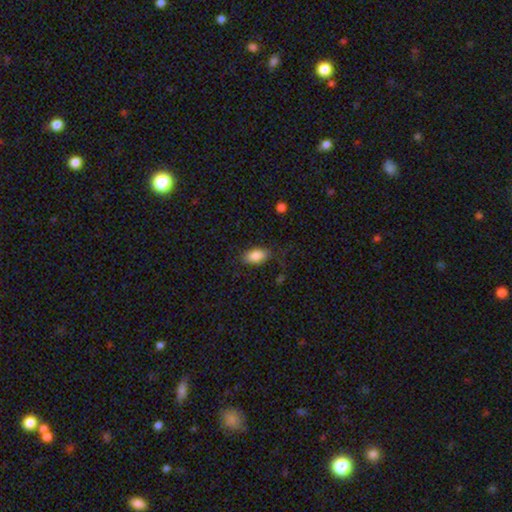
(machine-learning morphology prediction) Smooth or featured: smooth — 85% (star or artifact — 7%)
How rounded: in between — 92% (round — 5%)
Merging: none — 81% (minor disturbance — 14%)